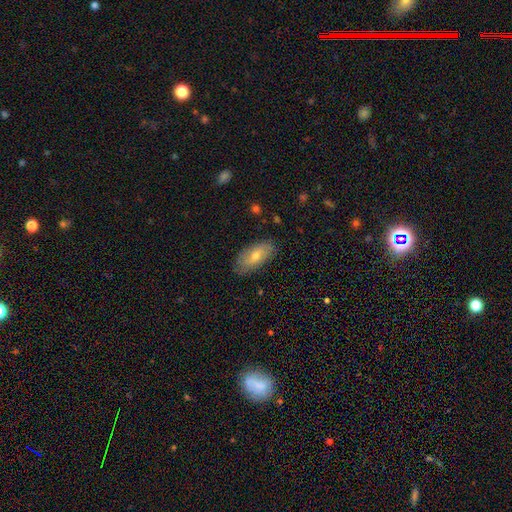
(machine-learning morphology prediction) A smooth galaxy with no disk features (59%) that is in between round and cigar-shaped (88%). Merging: none (82%).